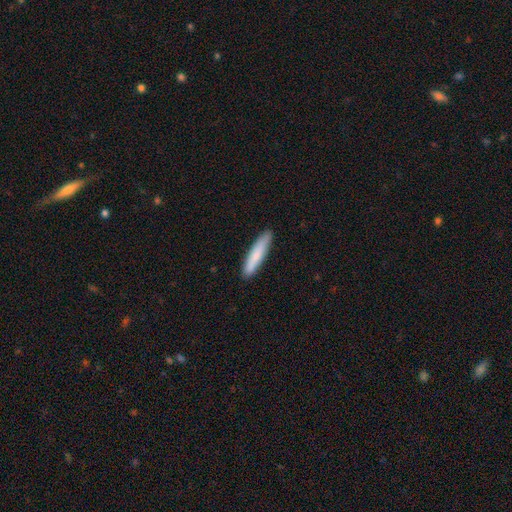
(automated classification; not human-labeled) smooth 81%, featured or disk 14%, star or artifact 5%. Down the decision tree: how rounded — cigar-shaped (88%); merging — none (89%).